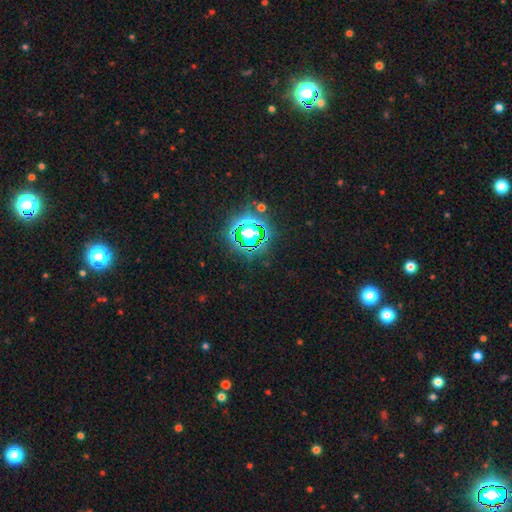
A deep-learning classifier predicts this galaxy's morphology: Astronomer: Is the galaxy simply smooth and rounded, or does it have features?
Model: star or artifact — 82%.